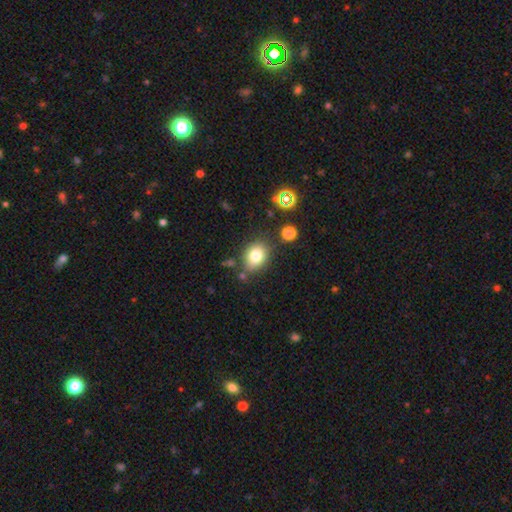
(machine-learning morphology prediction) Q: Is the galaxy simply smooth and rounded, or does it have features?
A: smooth — 79%.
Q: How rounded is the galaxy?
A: in between — 56%.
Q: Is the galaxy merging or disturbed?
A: none — 73%.